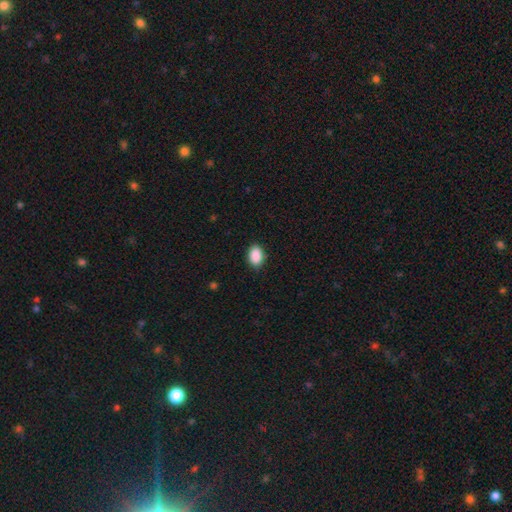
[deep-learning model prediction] This is clearly a smooth galaxy (90%). How rounded: clearly in between (86%). Merging: clearly none (87%).